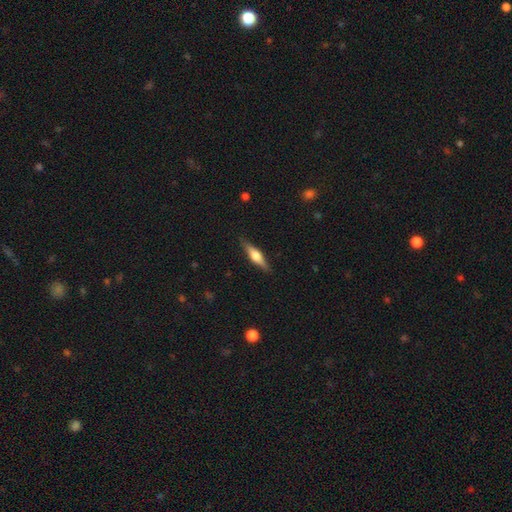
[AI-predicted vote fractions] Overall: featured or disk (60%; smooth 34%). Edge-on disk: yes (96%). Edge-on bulge: rounded (89%). Merging: none (88%).